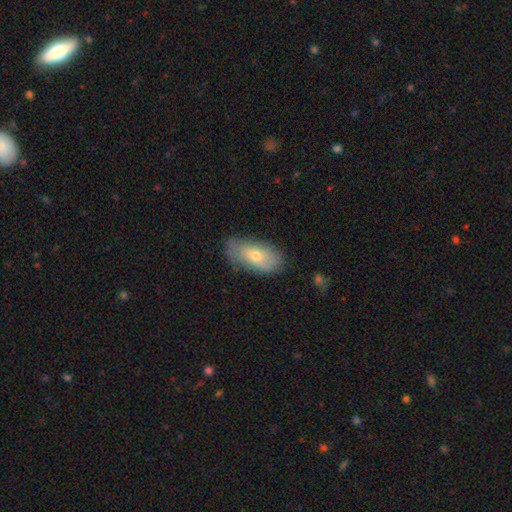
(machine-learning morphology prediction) type=smooth (66%); roundness=in between (91%); merging=none (71%).